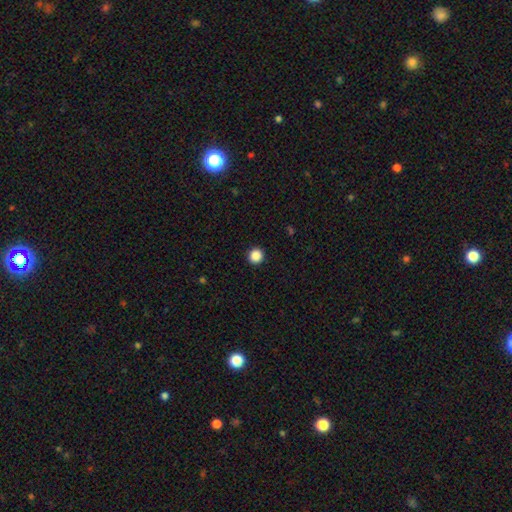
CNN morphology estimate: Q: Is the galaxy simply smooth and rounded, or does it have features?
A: smooth — 88%.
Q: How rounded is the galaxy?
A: round — 95%.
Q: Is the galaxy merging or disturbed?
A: none — 94%.